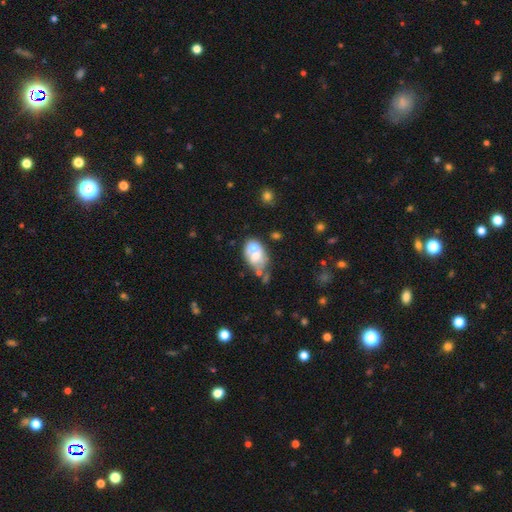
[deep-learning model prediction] Smooth or featured?
  - smooth: 50% *
  - featured or disk: 40%
  - star or artifact: 9%
How rounded?
  - in between: 79% *
  - round: 20%
  - cigar-shaped: 2%
Merging?
  - merger: 48% *
  - none: 26%
  - minor disturbance: 16%
  - major disturbance: 10%